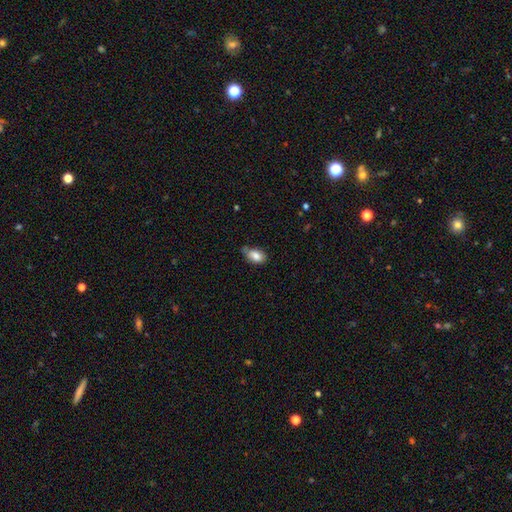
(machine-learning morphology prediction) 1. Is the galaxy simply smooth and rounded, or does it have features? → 84% smooth, 9% featured or disk, 8% star or artifact.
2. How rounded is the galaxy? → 89% in between, 9% round, 2% cigar-shaped.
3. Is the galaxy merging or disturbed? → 54% none, 35% minor disturbance, 7% major disturbance, 5% merger.